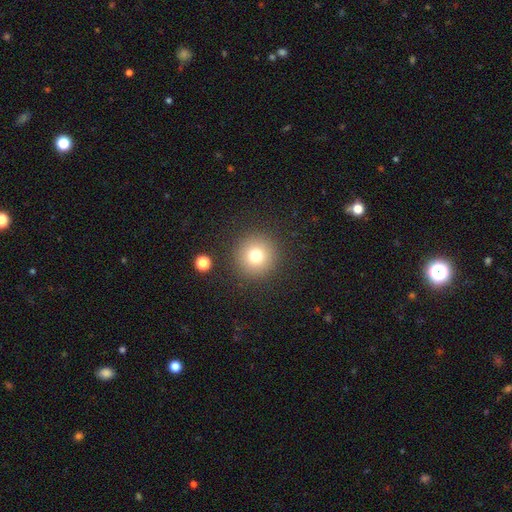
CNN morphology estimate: Smooth or featured? Predicted: smooth (p=0.74). How rounded? Predicted: round (p=0.96). Merging? Predicted: none (p=0.90).